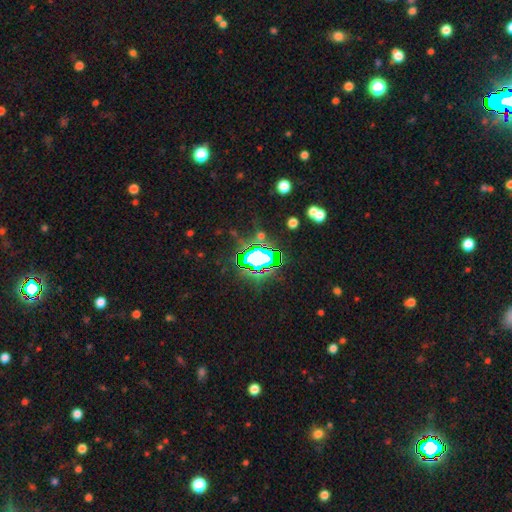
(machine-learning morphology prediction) Smooth or featured?
  - star or artifact: 81% *
  - smooth: 11%
  - featured or disk: 8%